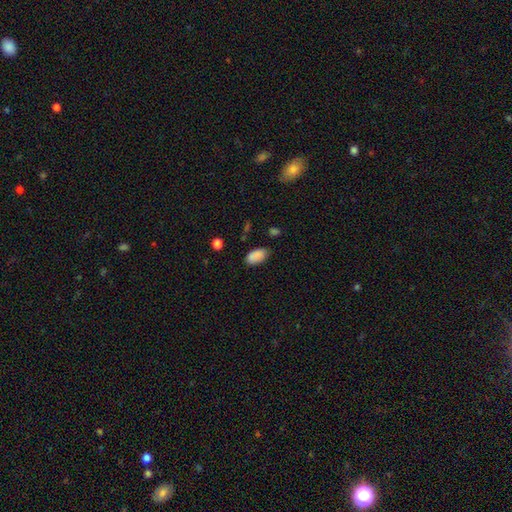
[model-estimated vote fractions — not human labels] Morphology: type=smooth (88%); roundness=in between (94%); merging=none (75%).